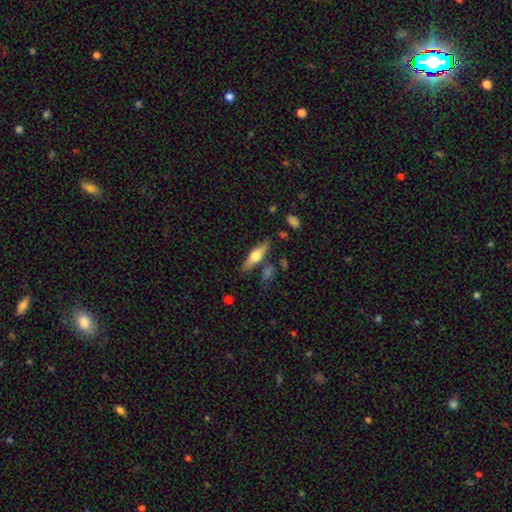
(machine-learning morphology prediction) smooth-or-featured: smooth: 47% (tied) | featured or disk: 47% (tied) | star or artifact: 6%
  merging: none: 78% | minor disturbance: 13% | merger: 6% | major disturbance: 3%